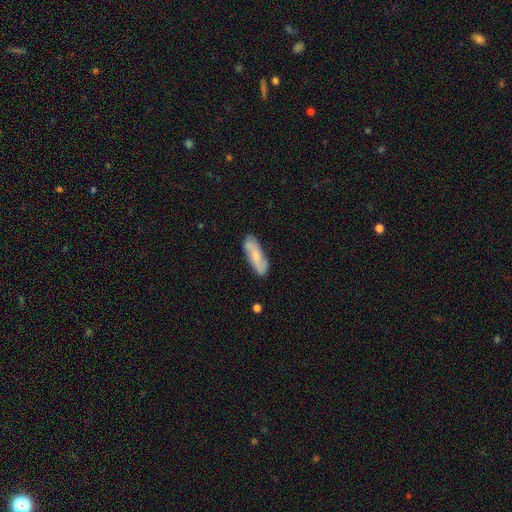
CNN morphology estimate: This appears to be a smooth galaxy with no disk features (55%) that is cigar-shaped (52%). Merging: none (79%).